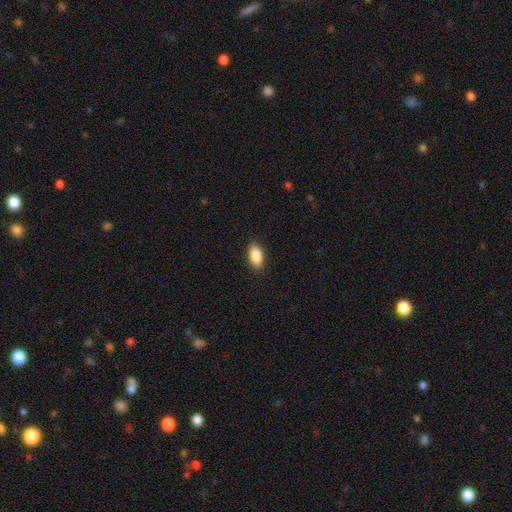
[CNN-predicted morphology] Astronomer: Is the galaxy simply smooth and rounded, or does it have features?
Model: smooth — 88%.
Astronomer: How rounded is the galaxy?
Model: in between — 92%.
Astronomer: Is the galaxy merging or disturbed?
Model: none — 88%.